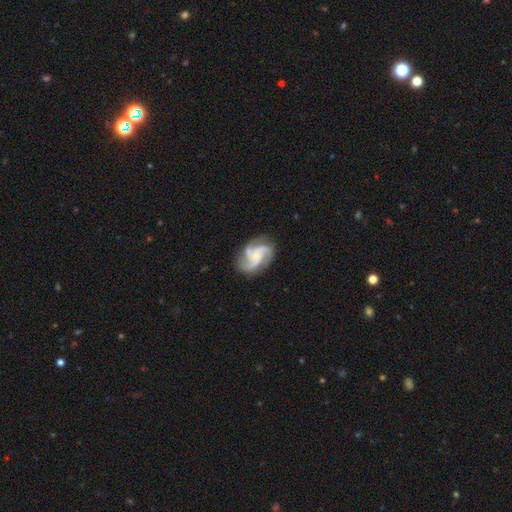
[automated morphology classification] Overall: featured or disk (89%). Edge-on disk: no (98%). Bar: no (67%). Spiral arms: yes (98%). Spiral arm count: 3 (70%). Spiral winding: medium (55%; tight 25%). Bulge size: small (66%). Merging: none (75%).